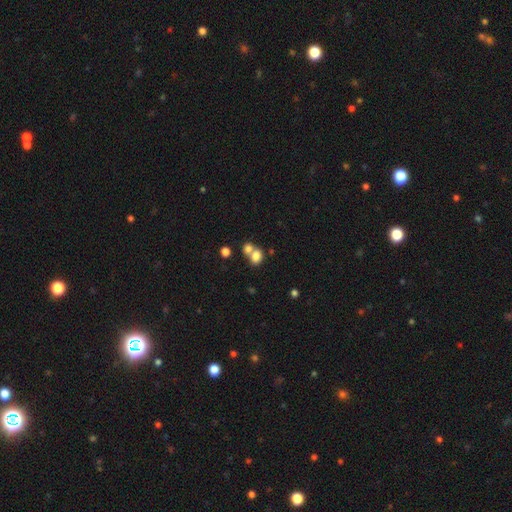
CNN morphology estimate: A smooth galaxy with no disk features (79%) that is in between round and cigar-shaped (60%). Merging: merger (55%).